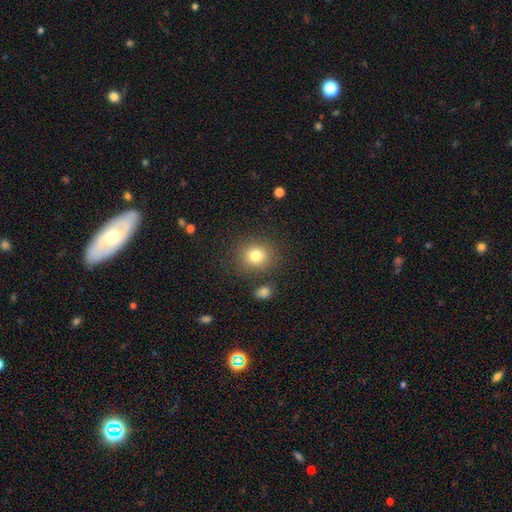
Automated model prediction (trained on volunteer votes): A smooth galaxy with no disk features (81%) that is round (83%). Merging: none (83%).